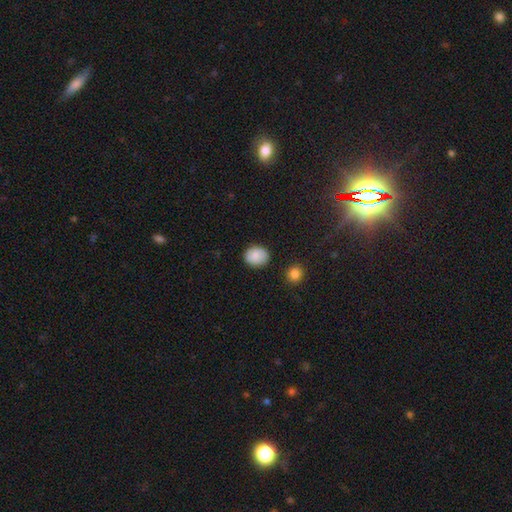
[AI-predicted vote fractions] This is clearly a smooth galaxy (88%). How rounded: likely round (66%). Merging: clearly none (87%).